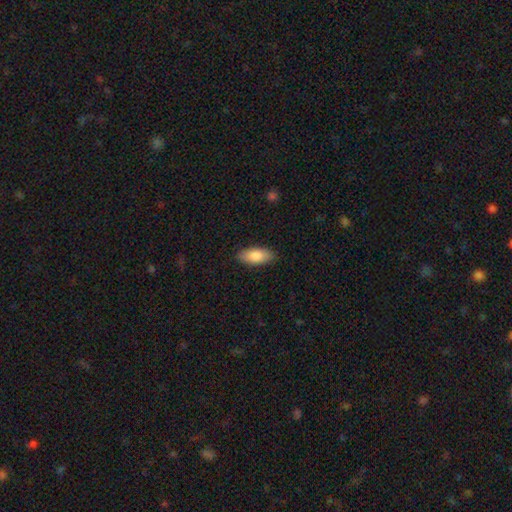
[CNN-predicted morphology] Smooth or featured: smooth — 84% (featured or disk — 10%)
How rounded: in between — 84% (cigar-shaped — 14%)
Merging: none — 87% (minor disturbance — 10%)